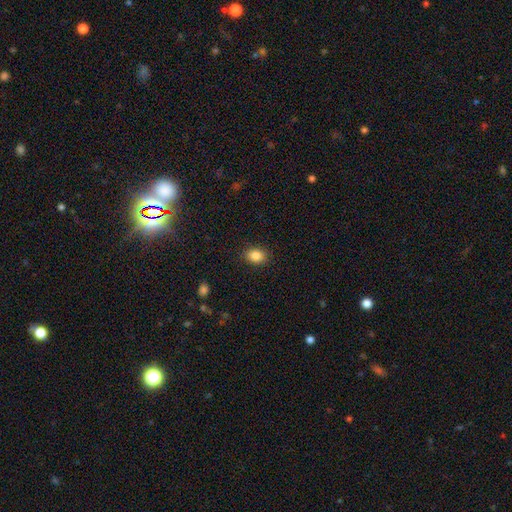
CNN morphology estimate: The model was most divided on "how rounded": in between: 66%, round: 33%, cigar-shaped: 1%. More confident: merging — none (88%); smooth or featured — smooth (86%).